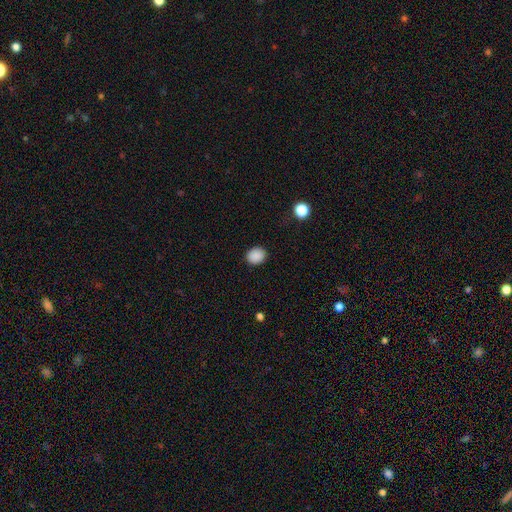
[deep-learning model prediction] Q: Smooth or featured?
A: smooth (89%); runner-up: star or artifact (9%)
Q: How rounded?
A: round (57%); runner-up: in between (42%)
Q: Merging?
A: none (90%); runner-up: minor disturbance (7%)